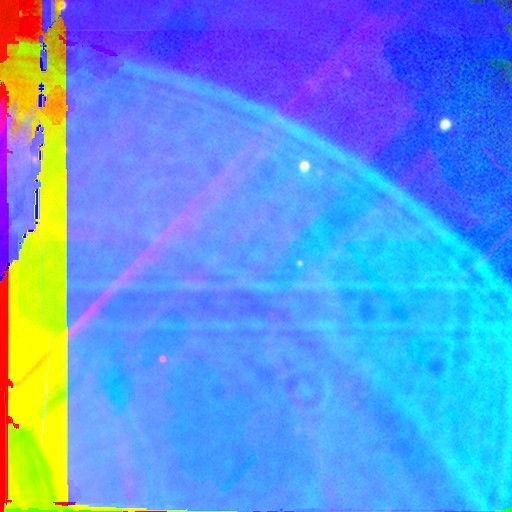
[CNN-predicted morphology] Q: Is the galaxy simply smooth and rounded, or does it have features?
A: star or artifact — 85%.